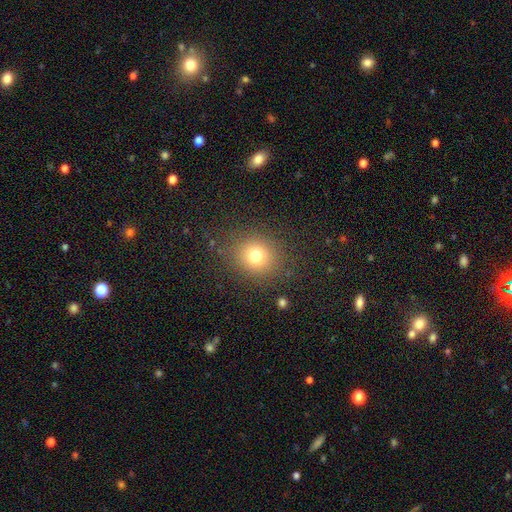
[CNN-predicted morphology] A smooth galaxy with no disk features (75%) that is round (78%). Merging: none (84%).